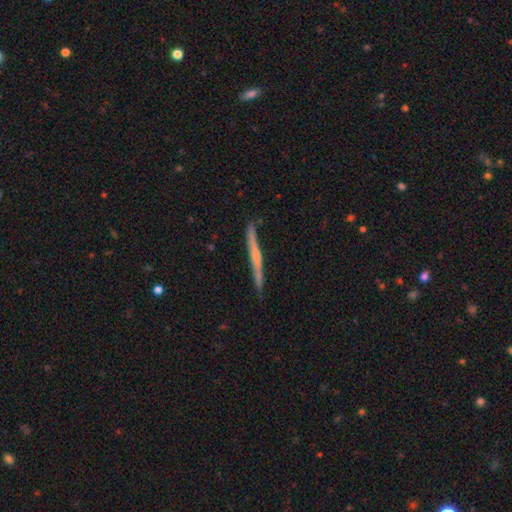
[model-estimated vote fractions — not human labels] Smooth or featured? Predicted: featured or disk (p=0.70). Edge-on disk? Predicted: yes (p=0.97). Edge-on bulge? Predicted: rounded (p=0.55). Merging? Predicted: none (p=0.85).